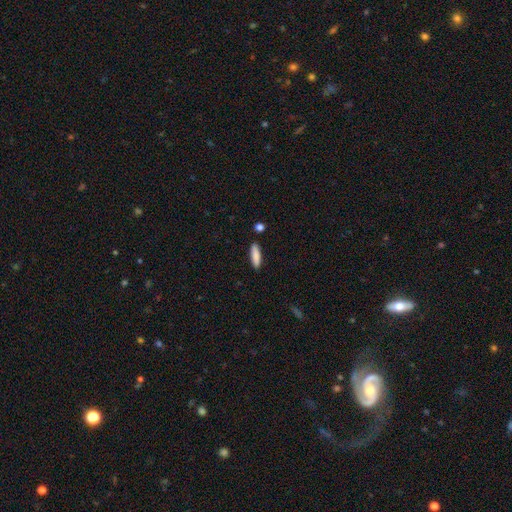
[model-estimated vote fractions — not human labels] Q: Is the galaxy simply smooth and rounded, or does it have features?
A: smooth — 86%.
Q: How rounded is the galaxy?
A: cigar-shaped — 68%.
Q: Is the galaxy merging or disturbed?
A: none — 88%.